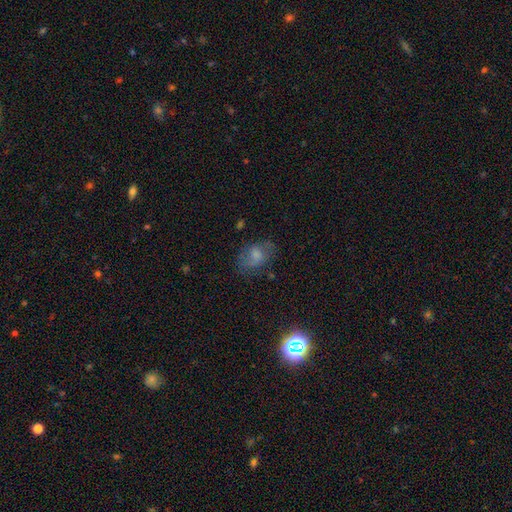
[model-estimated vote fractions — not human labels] smooth 61%, featured or disk 26%, star or artifact 13%. Down the decision tree: how rounded — in between (73%); merging — none (58%).